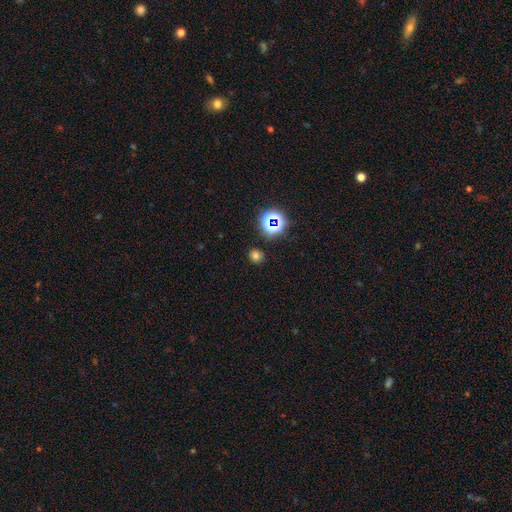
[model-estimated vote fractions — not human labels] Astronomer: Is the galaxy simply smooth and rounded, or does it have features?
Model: smooth — 68%.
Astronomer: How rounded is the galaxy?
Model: round — 82%.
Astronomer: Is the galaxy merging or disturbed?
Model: none — 85%.